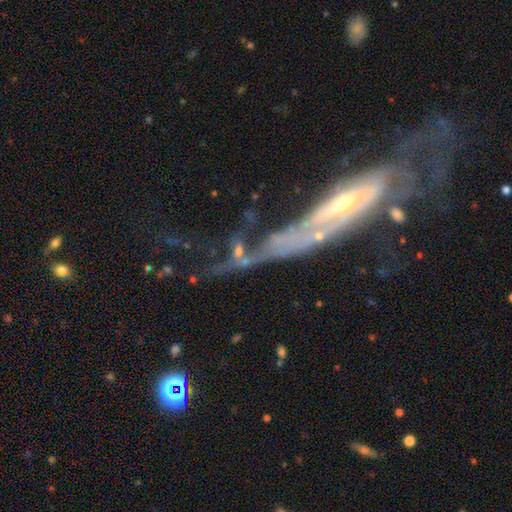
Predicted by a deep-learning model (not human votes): Smooth or featured? featured or disk (80%)
Edge-on disk? no (67%)
Bar? no (52%)
Spiral arms? yes (78%)
Bulge size? small (58%)
Merging? major disturbance (37%)